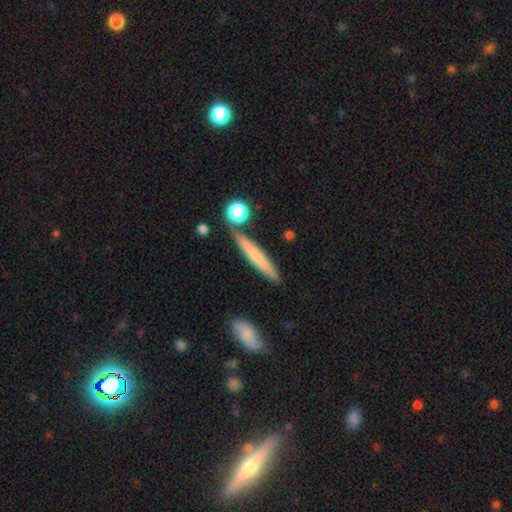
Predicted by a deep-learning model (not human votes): This is likely a smooth galaxy (66%). How rounded: clearly cigar-shaped (93%). Merging: clearly none (80%).